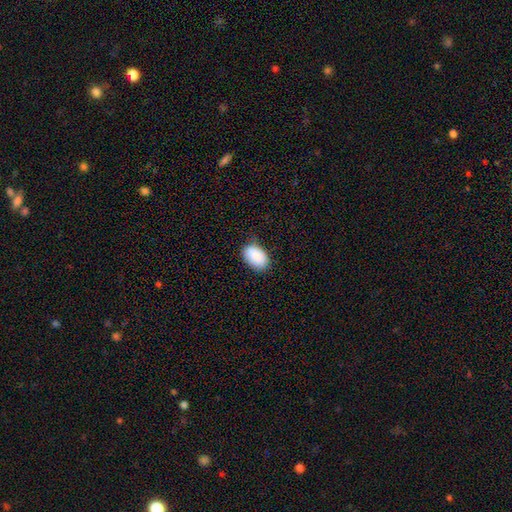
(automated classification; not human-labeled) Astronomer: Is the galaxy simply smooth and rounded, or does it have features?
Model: smooth — 89%.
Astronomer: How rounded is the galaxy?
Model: in between — 91%.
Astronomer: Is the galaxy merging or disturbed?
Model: none — 79%.